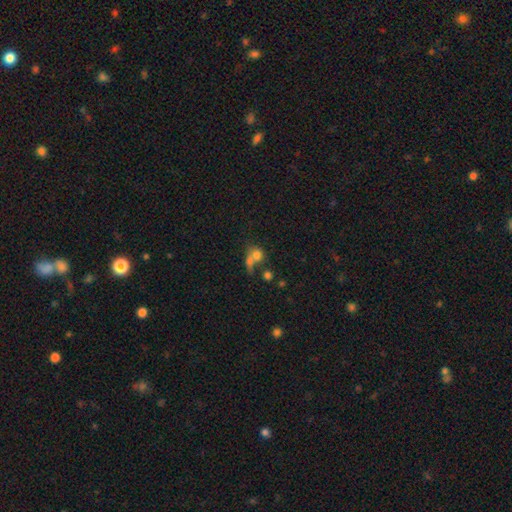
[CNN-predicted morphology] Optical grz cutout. It shows a smooth galaxy with no disk features (70%) that is round (69%). Merging: merger (54%).